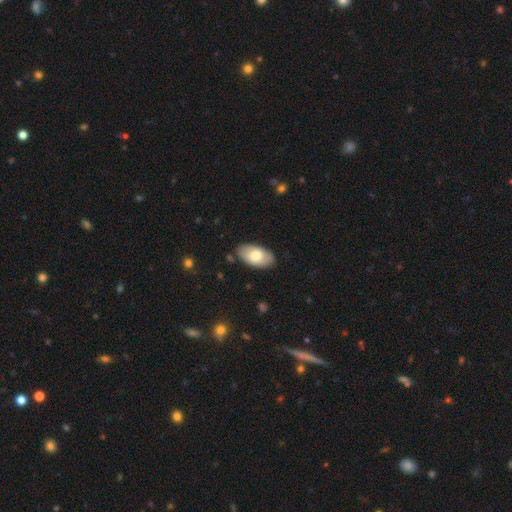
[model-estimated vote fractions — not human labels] Smooth or featured: smooth — 73% (featured or disk — 22%)
How rounded: in between — 95% (round — 3%)
Merging: none — 84% (minor disturbance — 12%)